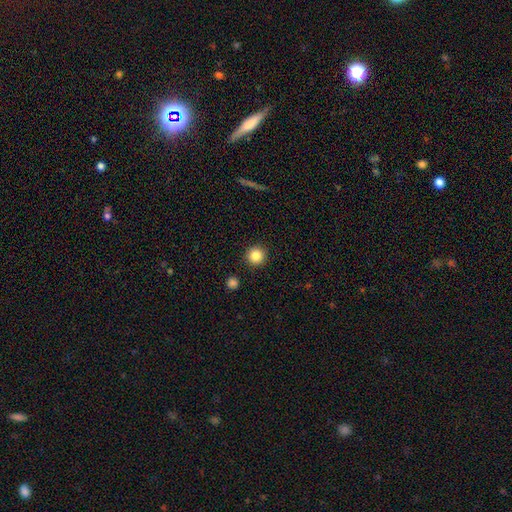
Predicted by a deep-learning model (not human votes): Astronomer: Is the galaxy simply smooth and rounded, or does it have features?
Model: smooth — 85%.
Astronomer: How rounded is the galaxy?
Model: round — 95%.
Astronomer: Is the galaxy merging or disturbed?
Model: none — 92%.